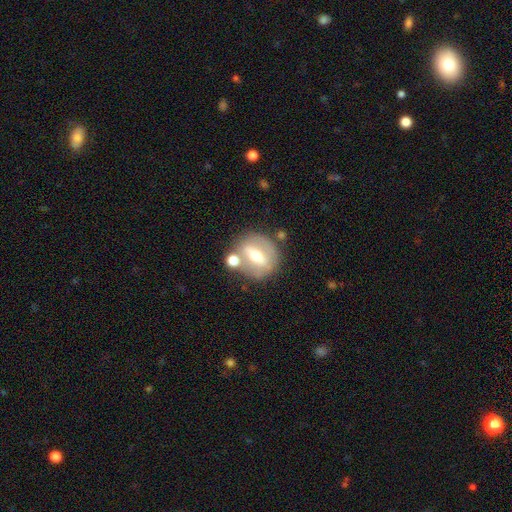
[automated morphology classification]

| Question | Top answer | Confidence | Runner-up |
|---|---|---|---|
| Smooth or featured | featured or disk | 55% | smooth (36%) |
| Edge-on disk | no | 80% | yes (20%) |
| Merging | none | 64% | merger (16%) |